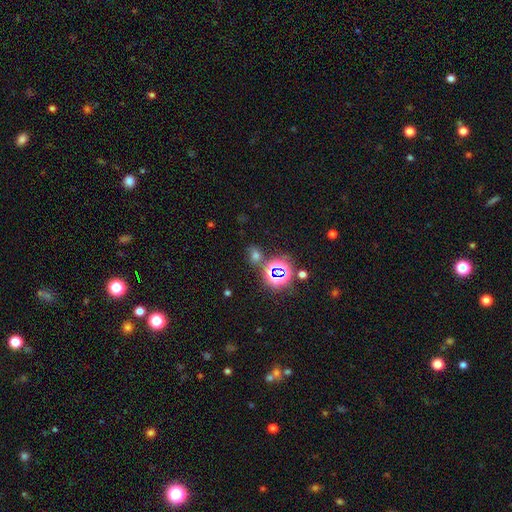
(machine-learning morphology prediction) smooth_or_featured: star or artifact (p=0.45) [tied with: smooth p=0.45]